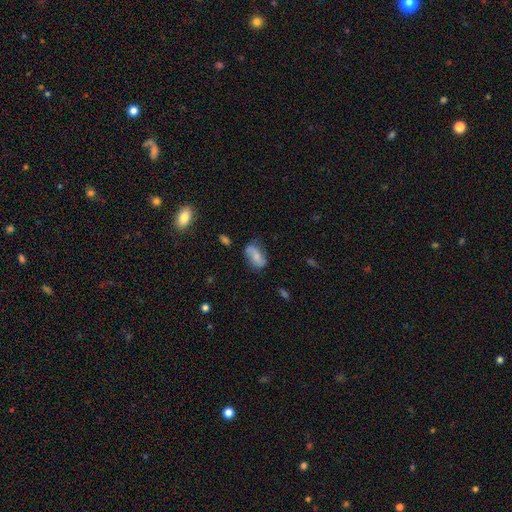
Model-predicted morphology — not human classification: type=smooth (52%); roundness=in between (88%); merging=none (63%).